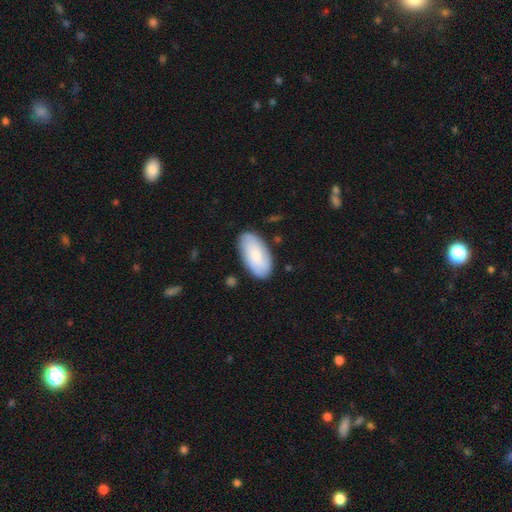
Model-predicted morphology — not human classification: This appears to be a smooth galaxy with no disk features (68%) that is in between round and cigar-shaped (95%). Merging: none (82%).